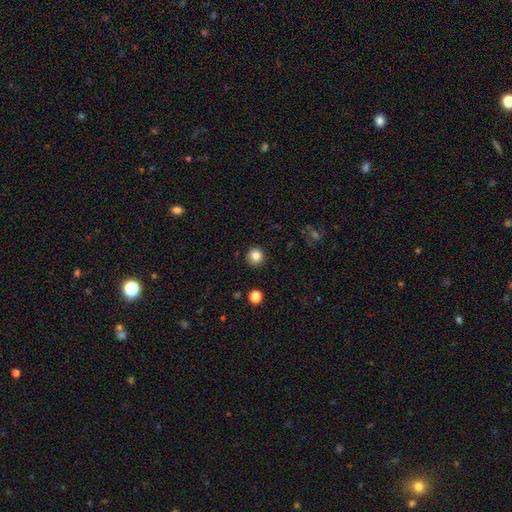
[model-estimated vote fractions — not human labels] smooth_or_featured: smooth (p=0.84) [alt: star or artifact p=0.11]
how_rounded: round (p=0.94) [alt: in between p=0.05]
merging: none (p=0.90) [alt: minor disturbance p=0.07]